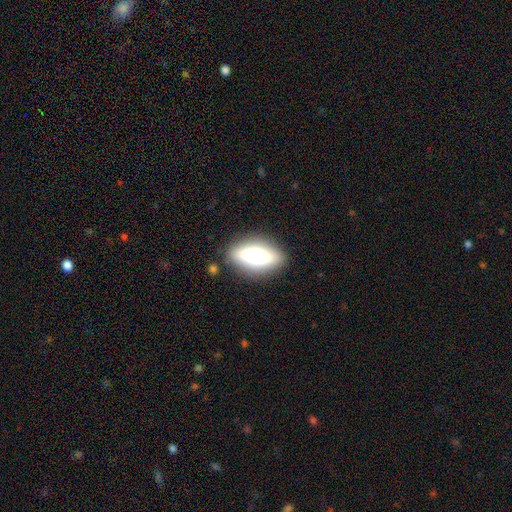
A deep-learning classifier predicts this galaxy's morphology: Smooth or featured?
  - smooth: 63% *
  - featured or disk: 27%
  - star or artifact: 10%
How rounded?
  - in between: 80% *
  - cigar-shaped: 12%
  - round: 8%
Merging?
  - none: 83% *
  - minor disturbance: 11%
  - major disturbance: 4%
  - merger: 2%